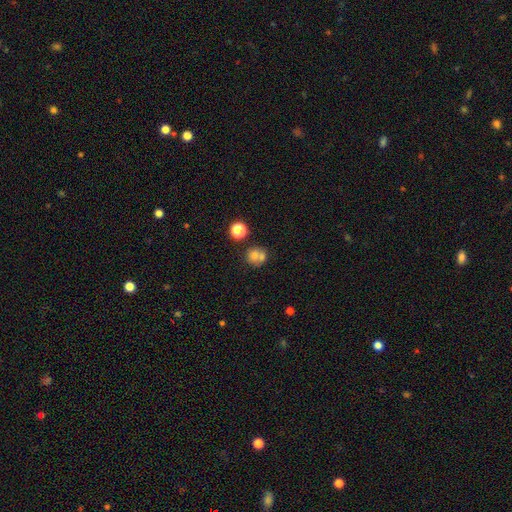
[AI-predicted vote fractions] Smooth or featured? Predicted: smooth (p=0.68). How rounded? Predicted: round (p=0.82). Merging? Predicted: merger (p=0.47).